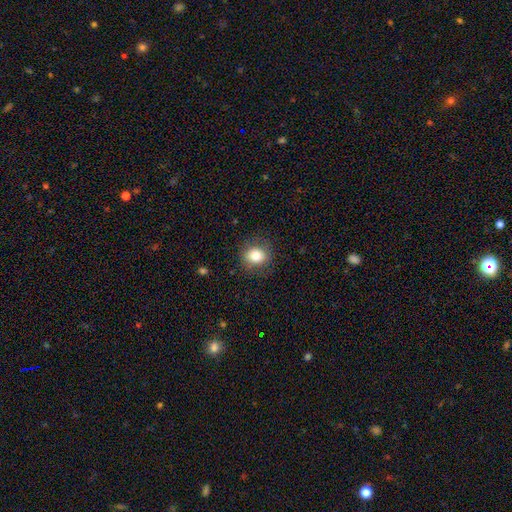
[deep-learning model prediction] Smooth or featured: smooth — 81% (star or artifact — 10%)
How rounded: round — 70% (in between — 29%)
Merging: none — 84% (minor disturbance — 11%)